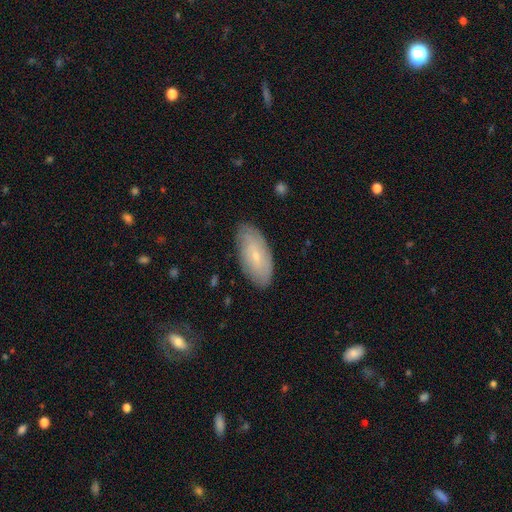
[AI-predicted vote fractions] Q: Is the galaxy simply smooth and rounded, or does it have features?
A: smooth — 56%.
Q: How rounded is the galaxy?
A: in between — 90%.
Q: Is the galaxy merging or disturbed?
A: none — 82%.